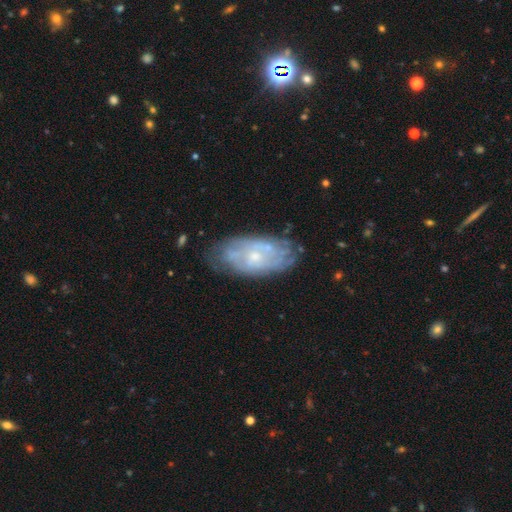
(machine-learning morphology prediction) Smooth or featured? featured or disk (68%)
Edge-on disk? no (92%)
Bar? no (79%)
Spiral arms? yes (64%)
Bulge size? small (66%)
Merging? none (68%)